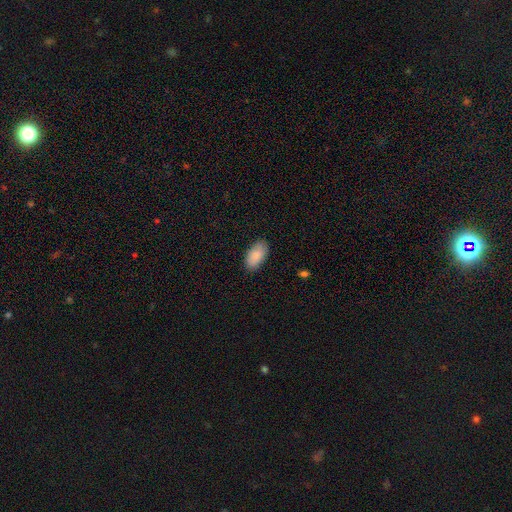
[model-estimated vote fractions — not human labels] Q: Smooth or featured?
A: smooth (88%); runner-up: featured or disk (6%)
Q: How rounded?
A: in between (95%); runner-up: round (3%)
Q: Merging?
A: none (86%); runner-up: minor disturbance (11%)